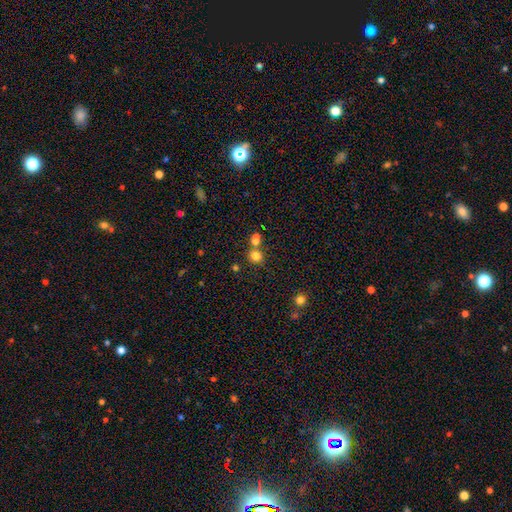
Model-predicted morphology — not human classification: Overall: smooth (79%). How rounded: round (86%). Merging: none (60%; merger 30%).